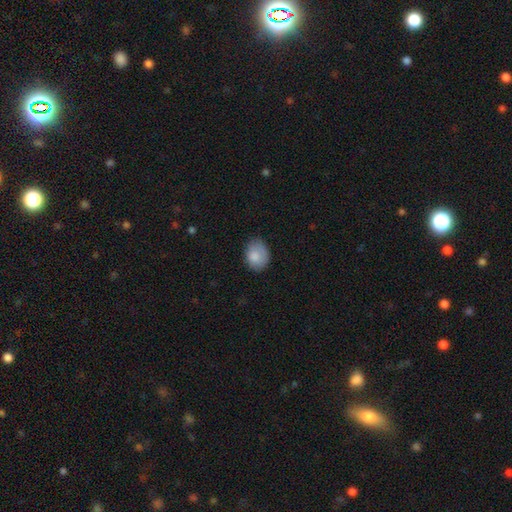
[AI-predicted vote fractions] Morphology: type=smooth (84%); roundness=in between (67%); merging=none (63%).